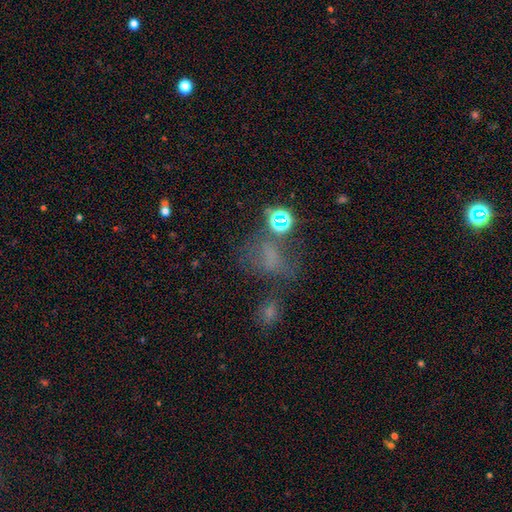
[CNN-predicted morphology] Overall: smooth (43%; star or artifact 36%). Merging: none (39%; major disturbance 28%).